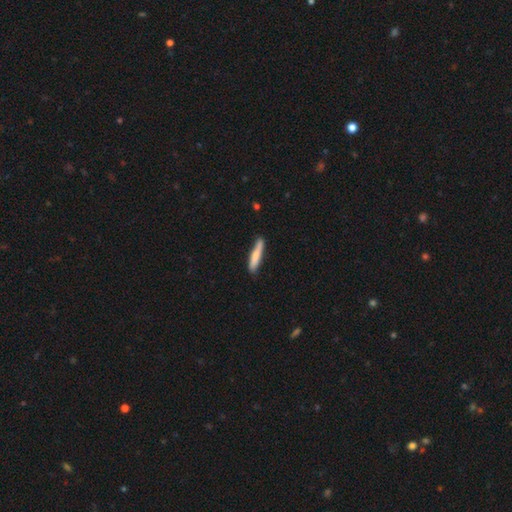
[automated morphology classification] Q: Smooth or featured?
A: smooth (75%); runner-up: featured or disk (19%)
Q: How rounded?
A: cigar-shaped (90%); runner-up: in between (9%)
Q: Merging?
A: none (77%); runner-up: minor disturbance (18%)